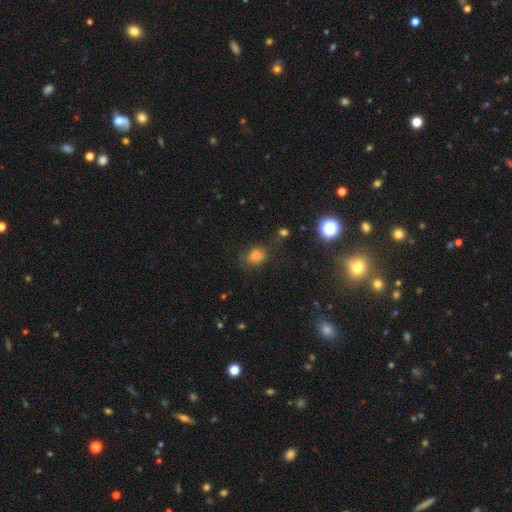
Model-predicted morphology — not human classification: Overall: smooth (64%; star or artifact 26%). How rounded: round (54%; in between 45%). Merging: none (62%; minor disturbance 22%).